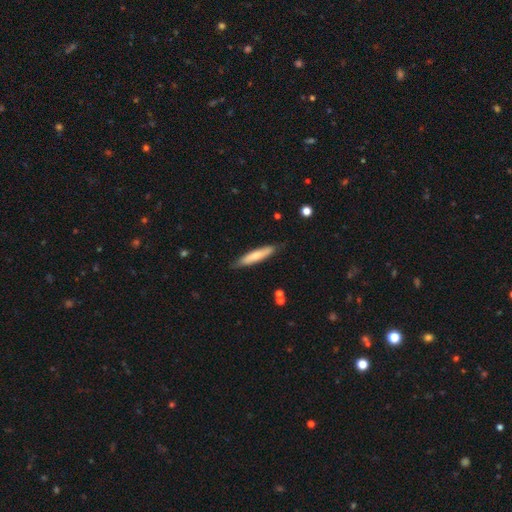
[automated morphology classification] The model was most divided on "smooth or featured": smooth: 68%, featured or disk: 27%, star or artifact: 5%. More confident: how rounded — cigar-shaped (85%); merging — none (82%).